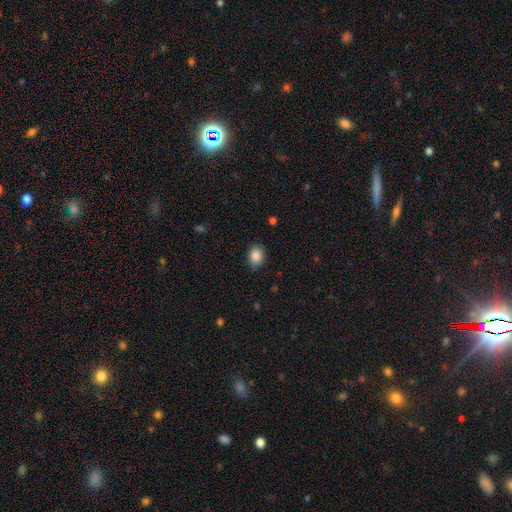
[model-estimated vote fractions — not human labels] smooth-or-featured: smooth: 87% | star or artifact: 9% | featured or disk: 5%
  how-rounded: in between: 61% | round: 38% | cigar-shaped: 1%
  merging: none: 85% | minor disturbance: 12% | major disturbance: 2% | merger: 1%